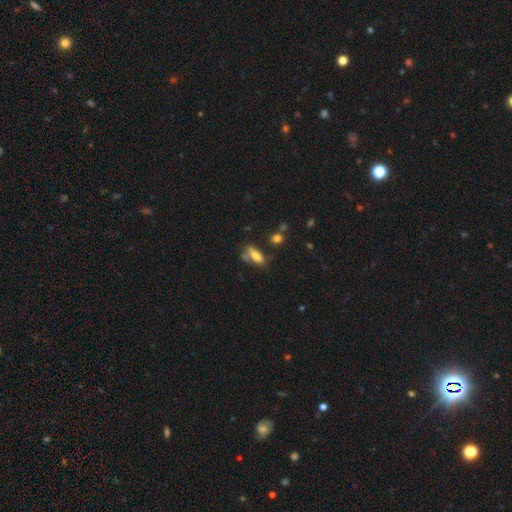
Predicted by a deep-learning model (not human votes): Smooth or featured?
  - smooth: 70% *
  - featured or disk: 20%
  - star or artifact: 10%
How rounded?
  - in between: 75% *
  - cigar-shaped: 21%
  - round: 4%
Merging?
  - none: 49% *
  - minor disturbance: 22%
  - merger: 19%
  - major disturbance: 11%